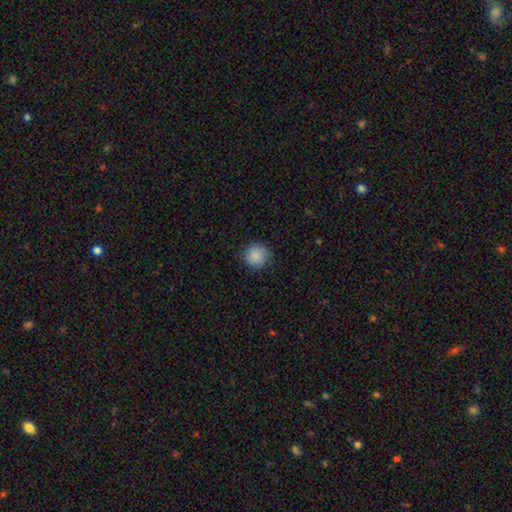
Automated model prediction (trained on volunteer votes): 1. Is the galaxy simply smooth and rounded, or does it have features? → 88% smooth, 8% star or artifact, 5% featured or disk.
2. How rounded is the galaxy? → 92% round, 7% in between, 1% cigar-shaped.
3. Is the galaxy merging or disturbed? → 86% none, 11% minor disturbance, 3% major disturbance, 1% merger.